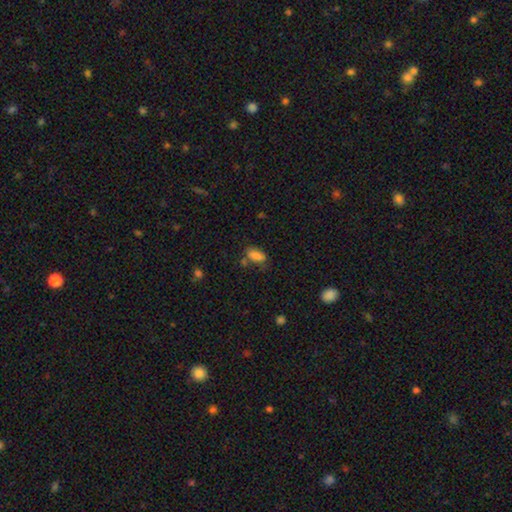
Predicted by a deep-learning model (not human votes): This is clearly a smooth galaxy (83%). How rounded: clearly in between (85%). Merging: possibly none (59%).